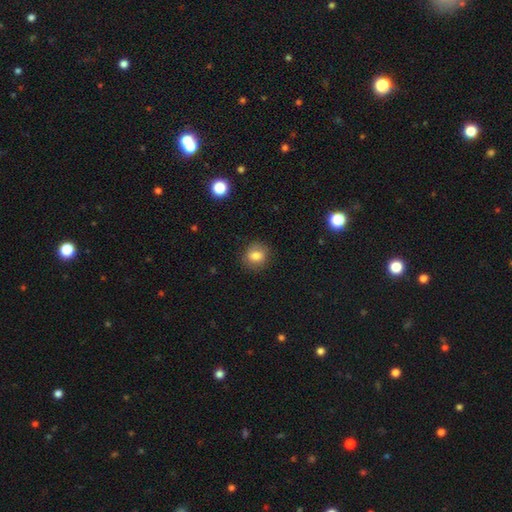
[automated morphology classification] The model was most divided on "how rounded": round: 73%, in between: 26%, cigar-shaped: 1%. More confident: merging — none (83%); smooth or featured — smooth (78%).